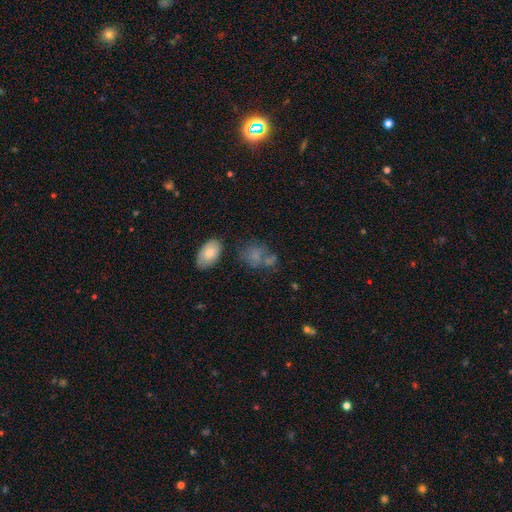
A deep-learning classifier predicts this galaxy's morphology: The model was most divided on "how rounded": in between: 58%, round: 40%, cigar-shaped: 2%. Remaining: smooth or featured — smooth (65%); merging — none (46%).